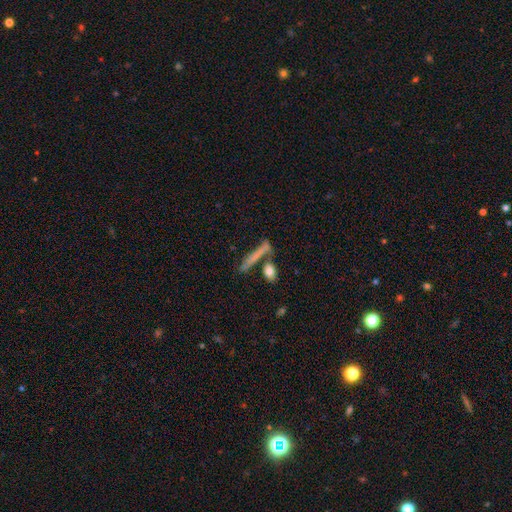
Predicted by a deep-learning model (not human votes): This is possibly a smooth galaxy (60%). How rounded: clearly cigar-shaped (88%). Merging: likely none (67%).